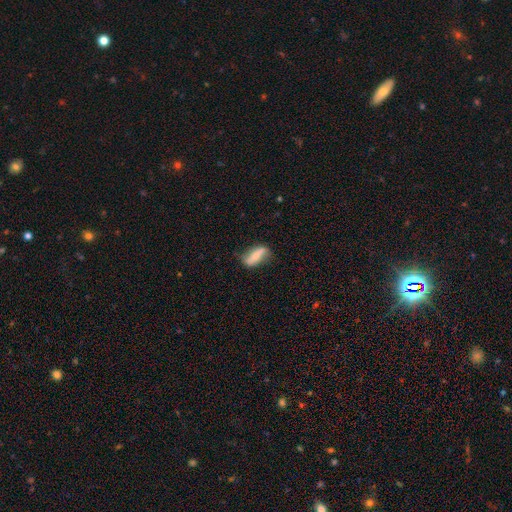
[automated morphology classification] Q: Smooth or featured?
A: smooth (54%); runner-up: featured or disk (39%)
Q: How rounded?
A: in between (65%); runner-up: cigar-shaped (31%)
Q: Merging?
A: none (63%); runner-up: minor disturbance (26%)